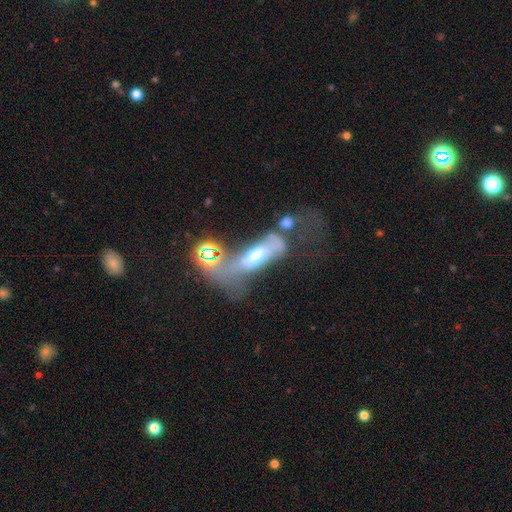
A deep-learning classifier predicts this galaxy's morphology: The model was most divided on "merging": merger: 42%, major disturbance: 37%, none: 12%, minor disturbance: 9%. Remaining: smooth or featured — featured or disk (49%).